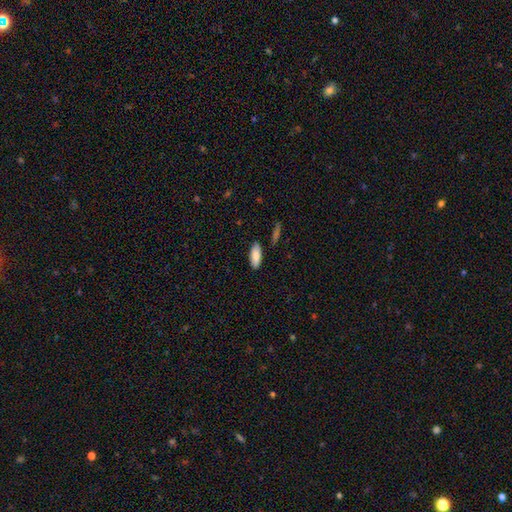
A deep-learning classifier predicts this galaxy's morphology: This appears to be a smooth galaxy with no disk features (86%) that is in between round and cigar-shaped (80%). Merging: none (85%).